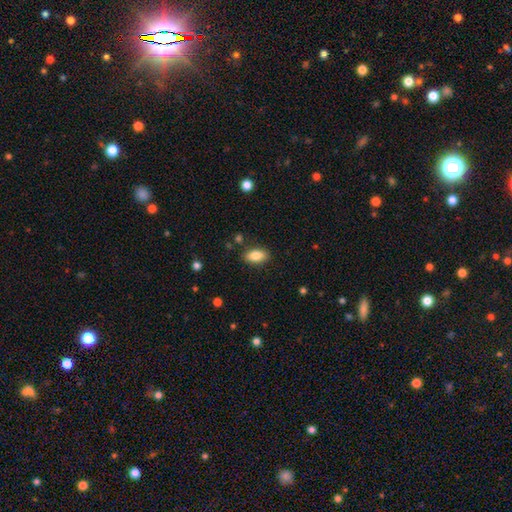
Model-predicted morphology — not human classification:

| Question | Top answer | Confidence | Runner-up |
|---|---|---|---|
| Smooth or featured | smooth | 84% | featured or disk (9%) |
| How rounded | in between | 90% | cigar-shaped (5%) |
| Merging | none | 86% | minor disturbance (10%) |